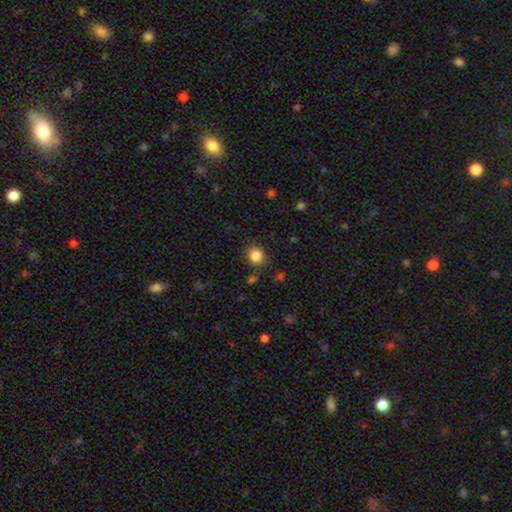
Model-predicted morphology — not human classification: smooth 85%, star or artifact 11%, featured or disk 4%. Down the decision tree: how rounded — round (79%); merging — none (82%).